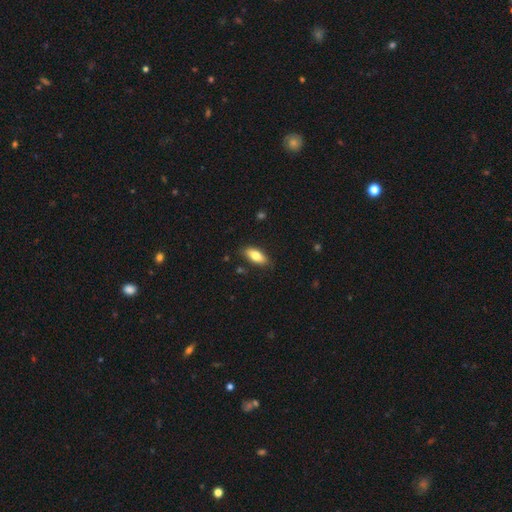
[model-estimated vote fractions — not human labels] smooth_or_featured: smooth (p=0.79) [alt: featured or disk p=0.15]
how_rounded: in between (p=0.82) [alt: cigar-shaped p=0.16]
merging: none (p=0.85) [alt: minor disturbance p=0.11]